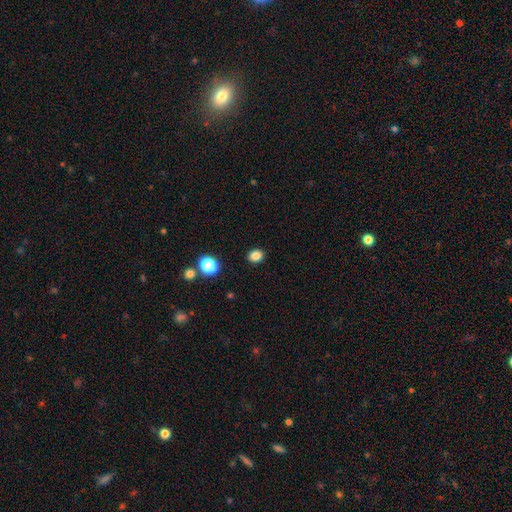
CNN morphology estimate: This is clearly a smooth galaxy (84%). How rounded: possibly round (50%). Merging: clearly none (90%).